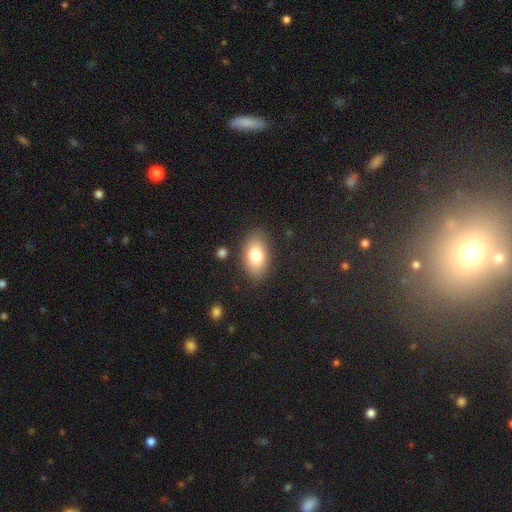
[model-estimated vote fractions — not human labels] This is likely a smooth galaxy (78%). How rounded: clearly in between (90%). Merging: clearly none (84%).